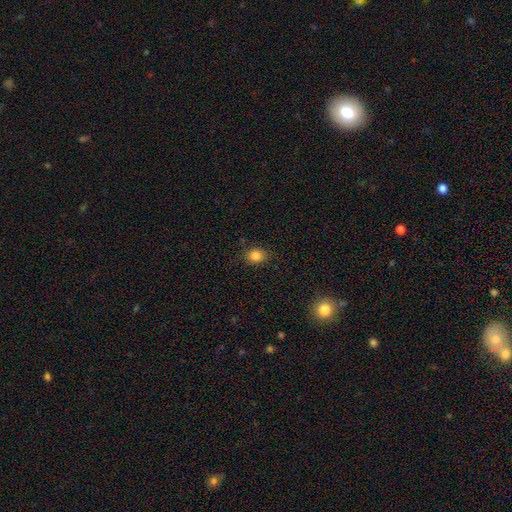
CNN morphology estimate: smooth-or-featured: smooth: 85% | star or artifact: 11% | featured or disk: 4%
  how-rounded: round: 65% | in between: 34% | cigar-shaped: 1%
  merging: none: 84% | minor disturbance: 11% | major disturbance: 3% | merger: 2%